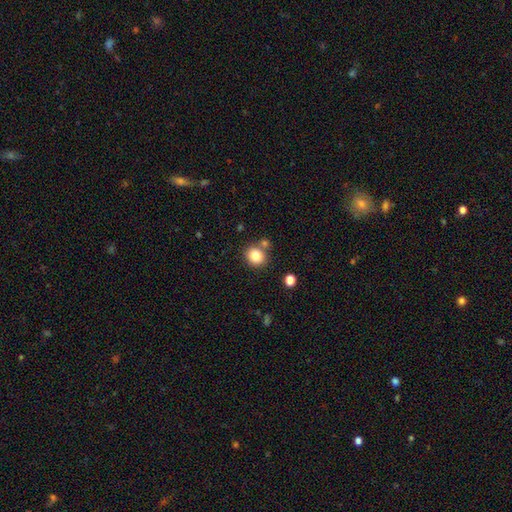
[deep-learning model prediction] Smooth or featured?
  - smooth: 82% *
  - star or artifact: 11%
  - featured or disk: 7%
How rounded?
  - round: 79% *
  - in between: 20%
  - cigar-shaped: 1%
Merging?
  - none: 74% *
  - merger: 13%
  - minor disturbance: 9%
  - major disturbance: 3%